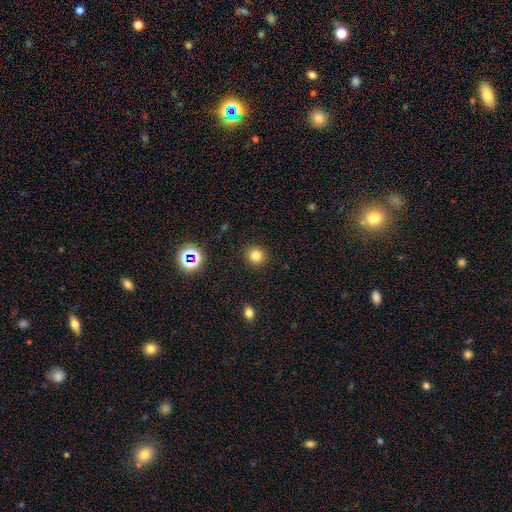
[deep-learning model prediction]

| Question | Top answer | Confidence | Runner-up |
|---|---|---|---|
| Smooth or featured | smooth | 79% | star or artifact (15%) |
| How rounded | round | 89% | in between (10%) |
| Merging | none | 91% | minor disturbance (6%) |